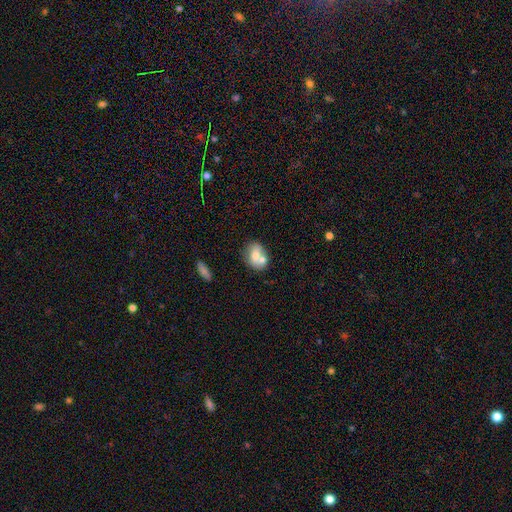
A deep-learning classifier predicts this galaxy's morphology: type=smooth (64%); roundness=in between (52%); merging=none (44%).